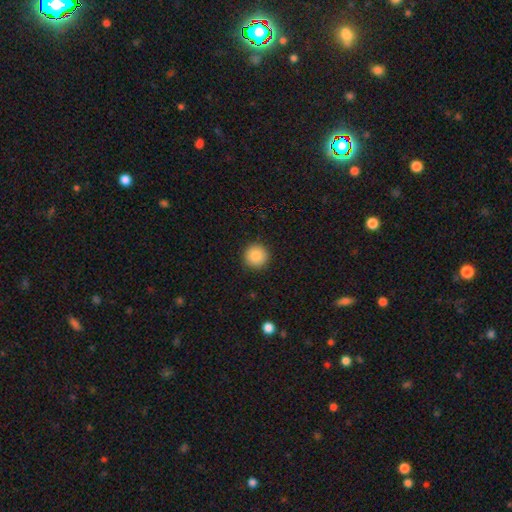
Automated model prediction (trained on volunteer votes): Smooth or featured? Predicted: smooth (p=0.87). How rounded? Predicted: round (p=0.96). Merging? Predicted: none (p=0.92).